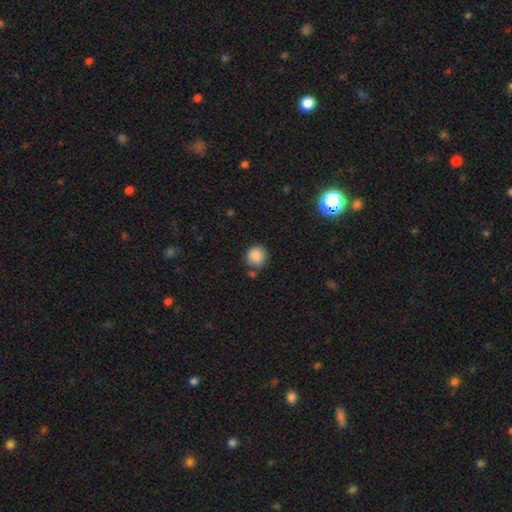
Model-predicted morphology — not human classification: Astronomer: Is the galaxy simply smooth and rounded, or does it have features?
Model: smooth — 87%.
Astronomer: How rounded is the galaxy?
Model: round — 90%.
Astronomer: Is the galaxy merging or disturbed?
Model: none — 76%.